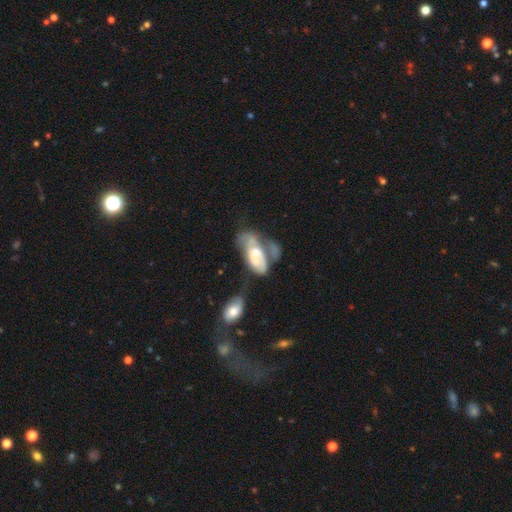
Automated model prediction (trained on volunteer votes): This is possibly a featured or disk galaxy (54%). It is clearly not viewed edge-on (93%). Bar: likely no (68%). Spiral arm pattern: possibly no (53%). Central bulge: marginally moderate (33%). Merging: marginally major disturbance (35%).